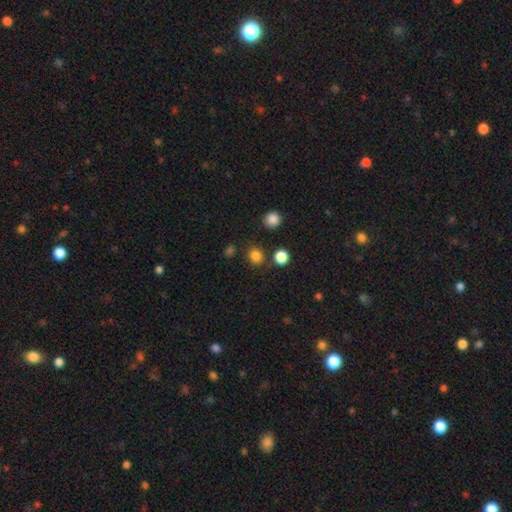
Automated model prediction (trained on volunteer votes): Smooth or featured? Predicted: smooth (p=0.82). How rounded? Predicted: round (p=0.82). Merging? Predicted: none (p=0.83).